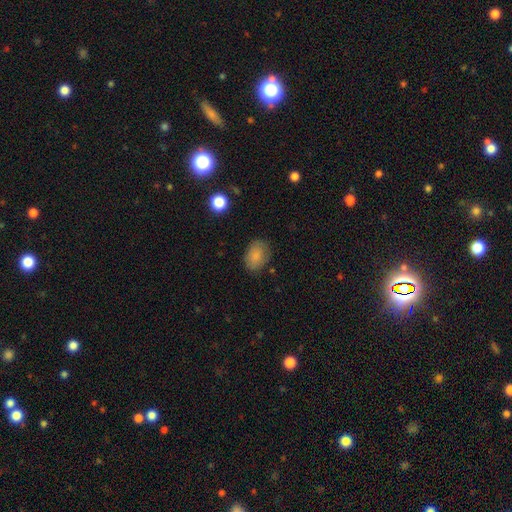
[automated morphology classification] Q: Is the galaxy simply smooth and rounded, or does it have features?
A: smooth — 83%.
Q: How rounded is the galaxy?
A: in between — 73%.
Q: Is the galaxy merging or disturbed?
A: none — 78%.